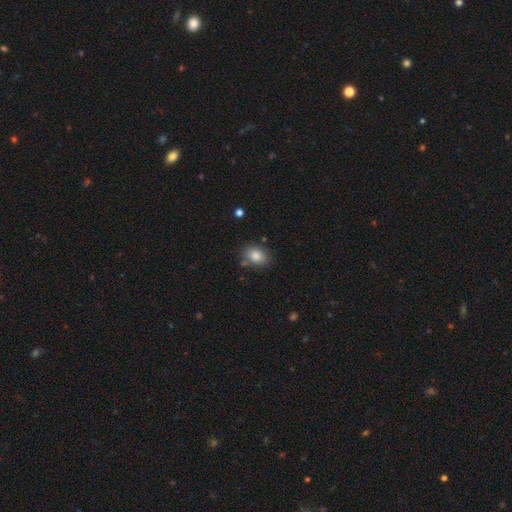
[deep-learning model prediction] Q: Smooth or featured?
A: smooth (84%); runner-up: star or artifact (9%)
Q: How rounded?
A: in between (72%); runner-up: round (27%)
Q: Merging?
A: none (77%); runner-up: minor disturbance (14%)